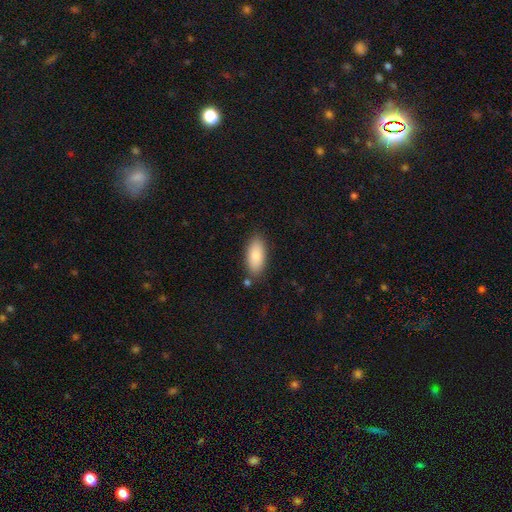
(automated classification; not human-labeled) Smooth or featured? Predicted: smooth (p=0.86). How rounded? Predicted: in between (p=0.88). Merging? Predicted: none (p=0.82).